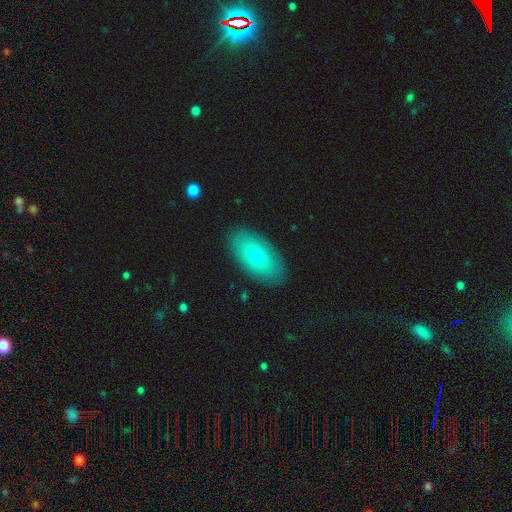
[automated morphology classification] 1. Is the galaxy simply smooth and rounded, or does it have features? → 67% smooth, 26% featured or disk, 7% star or artifact.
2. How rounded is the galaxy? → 93% in between, 5% round, 3% cigar-shaped.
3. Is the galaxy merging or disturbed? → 88% none, 9% minor disturbance, 2% major disturbance, 1% merger.